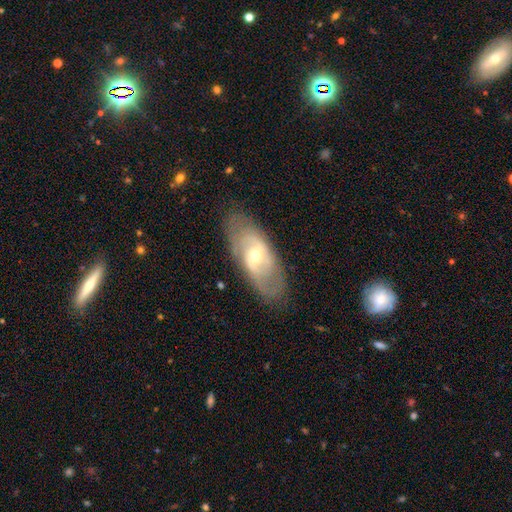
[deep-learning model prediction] This is likely a featured or disk galaxy (73%). It is clearly not viewed edge-on (89%). Bar: marginally weak (43%). Spiral arm pattern: likely yes (73%). Central bulge: possibly moderate (53%). Merging: clearly none (80%).